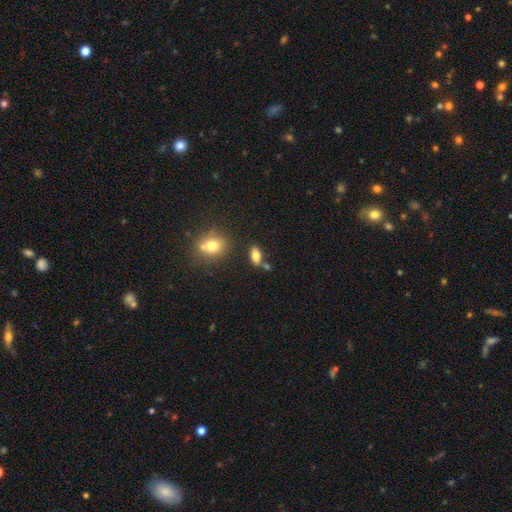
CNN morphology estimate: smooth_or_featured: smooth (p=0.79) [alt: featured or disk p=0.11]
how_rounded: in between (p=0.84) [alt: cigar-shaped p=0.09]
merging: none (p=0.69) [alt: merger p=0.15]